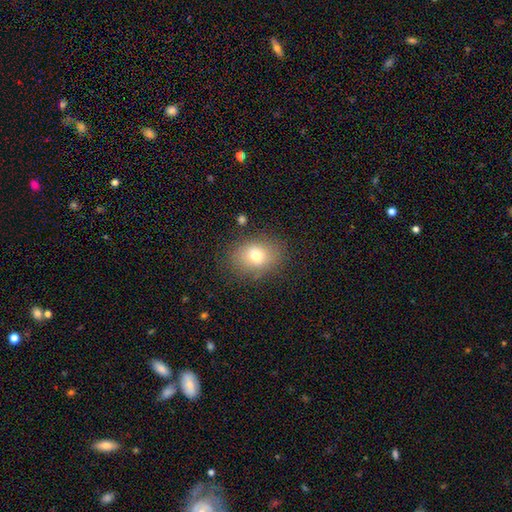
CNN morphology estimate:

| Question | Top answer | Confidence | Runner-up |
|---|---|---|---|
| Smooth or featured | smooth | 74% | featured or disk (14%) |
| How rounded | in between | 57% | round (42%) |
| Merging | none | 79% | minor disturbance (14%) |